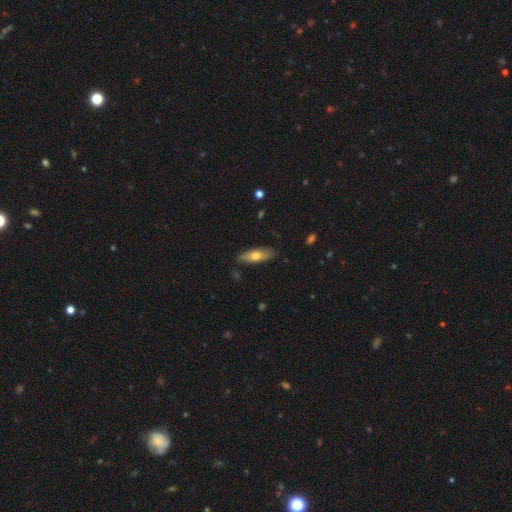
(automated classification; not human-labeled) smooth-or-featured: smooth: 63% | featured or disk: 31% | star or artifact: 6%
  how-rounded: in between: 50% | cigar-shaped: 47% | round: 3%
  merging: none: 82% | minor disturbance: 14% | major disturbance: 2% | merger: 1%